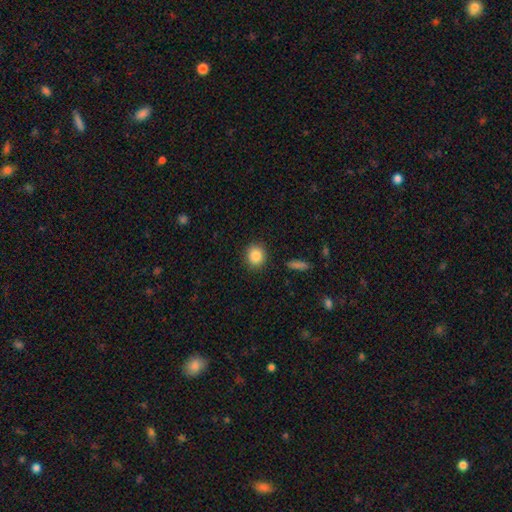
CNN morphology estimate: Smooth or featured?
  - smooth: 86% *
  - star or artifact: 9%
  - featured or disk: 5%
How rounded?
  - round: 82% *
  - in between: 17%
  - cigar-shaped: 1%
Merging?
  - none: 89% *
  - minor disturbance: 7%
  - major disturbance: 2%
  - merger: 2%